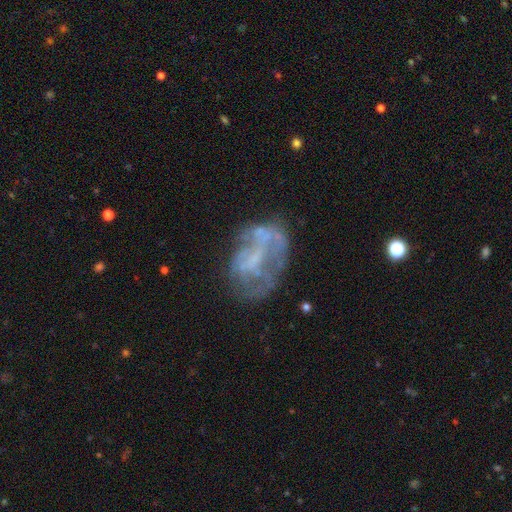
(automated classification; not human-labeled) A featured or disk galaxy (64%) with no bar (65%), no spiral arms (71%) and no central bulge (61%).

Vote fractions:
- Smooth or featured? featured or disk: 64% / smooth: 24% / star or artifact: 13%
- Edge-on disk? no: 97% / yes: 3%
- Bar? no: 65% / weak: 25% / strong: 10%
- Spiral arms? no: 71% / yes: 29%
- Bulge size? none: 61% / small: 24% / moderate: 12% / large: 2% / dominant: 1%
- Merging? none: 43% / major disturbance: 28% / minor disturbance: 22% / merger: 7%